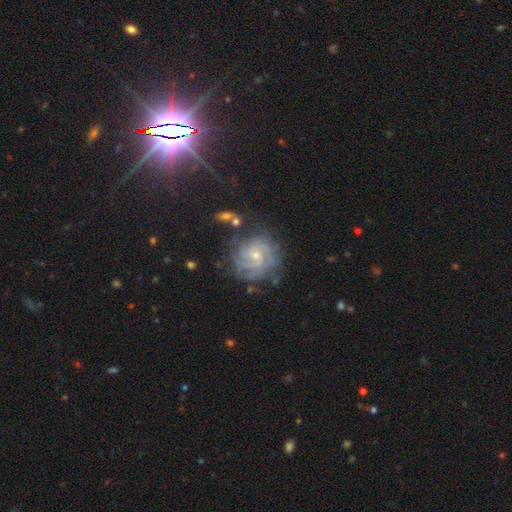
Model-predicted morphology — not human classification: Smooth or featured: featured or disk — 86% (smooth — 7%)
Edge-on disk: no — 98% (yes — 2%)
Bar: no — 58% (weak — 36%)
Spiral arms: yes — 97% (no — 3%)
Spiral winding: tight — 69% (medium — 26%)
Spiral arm count: 3 — 25% (can't tell — 24%)
Bulge size: small — 69% (moderate — 26%)
Merging: none — 73% (minor disturbance — 17%)